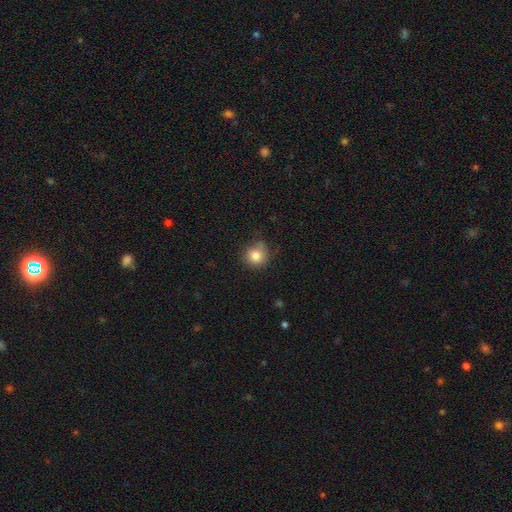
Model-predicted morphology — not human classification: Smooth or featured? Predicted: smooth (p=0.84). How rounded? Predicted: round (p=0.91). Merging? Predicted: none (p=0.71).